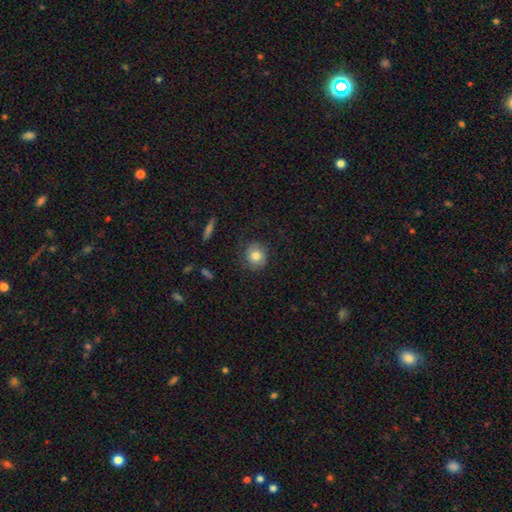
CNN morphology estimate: Smooth or featured: smooth — 80% (featured or disk — 12%)
How rounded: round — 84% (in between — 15%)
Merging: none — 79% (minor disturbance — 14%)